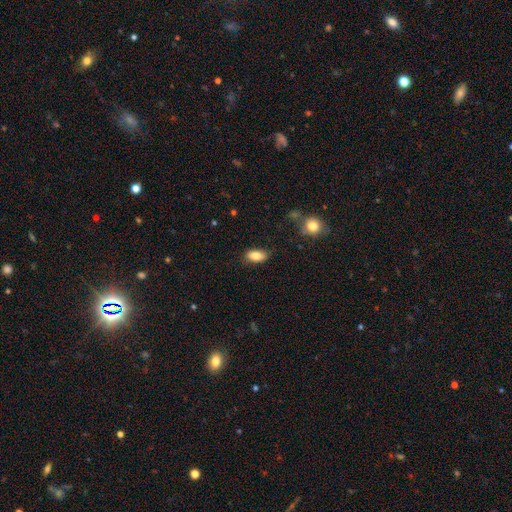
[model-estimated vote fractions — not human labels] Morphology: type=smooth (83%); roundness=in between (91%); merging=none (85%).